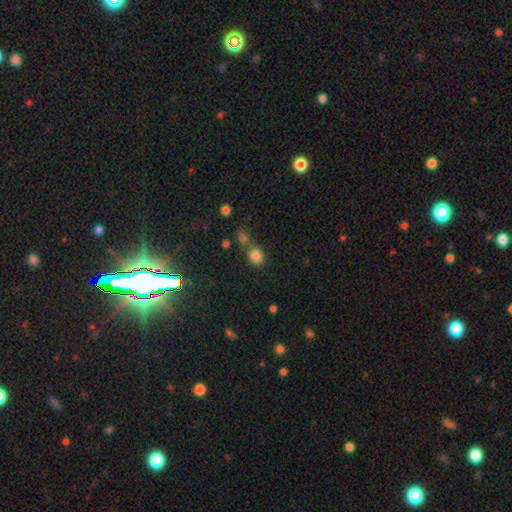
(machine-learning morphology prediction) Smooth or featured: smooth — 81% (star or artifact — 14%)
How rounded: round — 74% (in between — 25%)
Merging: none — 61% (merger — 24%)